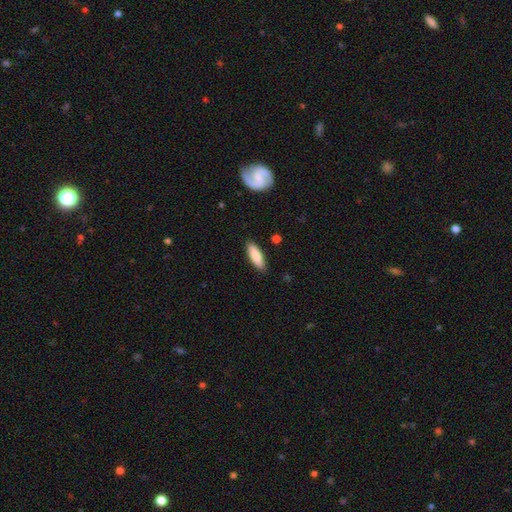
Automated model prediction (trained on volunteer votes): Morphology: type=smooth (85%); roundness=in between (56%); merging=none (87%).